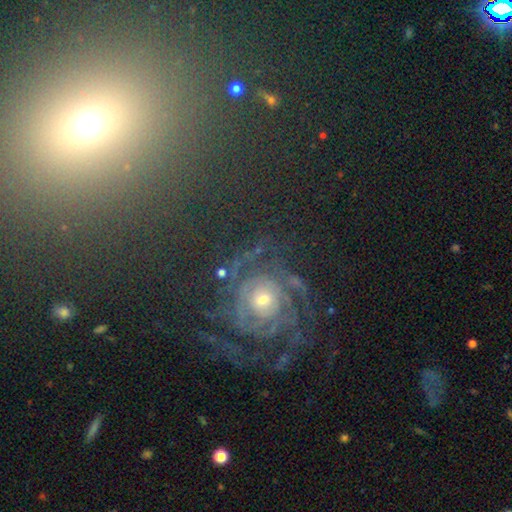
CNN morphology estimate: A featured or disk galaxy (58%) with no bar (78%), spiral arms (81%) and a moderate central bulge (52%). Merging: none (76%).